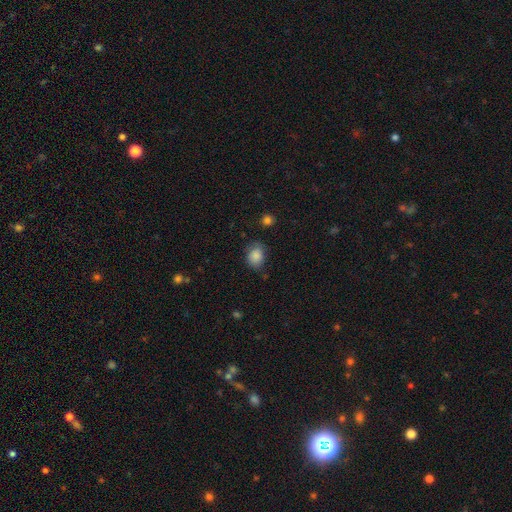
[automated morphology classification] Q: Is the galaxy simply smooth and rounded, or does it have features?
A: smooth — 86%.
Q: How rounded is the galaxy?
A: in between — 56%.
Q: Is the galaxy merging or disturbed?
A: none — 71%.